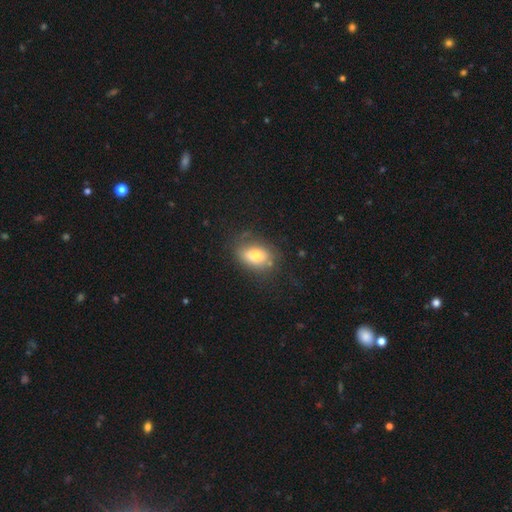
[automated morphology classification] Q: Smooth or featured?
A: smooth (73%); runner-up: featured or disk (18%)
Q: How rounded?
A: in between (78%); runner-up: round (20%)
Q: Merging?
A: none (69%); runner-up: minor disturbance (20%)